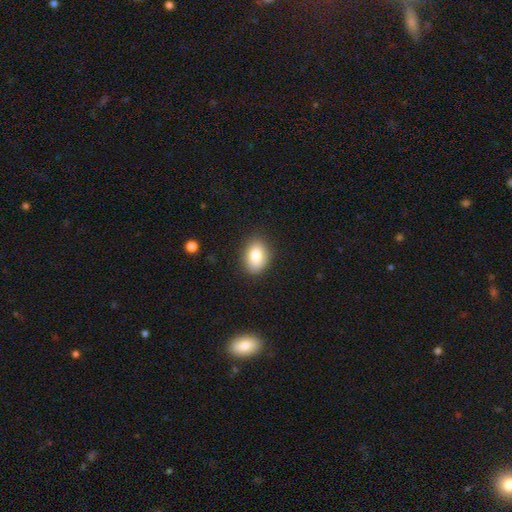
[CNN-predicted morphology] A smooth galaxy with no disk features (83%) that is in between round and cigar-shaped (76%).

Vote fractions:
- Smooth or featured? smooth: 83% / star or artifact: 8% / featured or disk: 8%
- How rounded? in between: 76% / round: 23% / cigar-shaped: 1%
- Merging? none: 86% / minor disturbance: 10% / major disturbance: 3% / merger: 1%